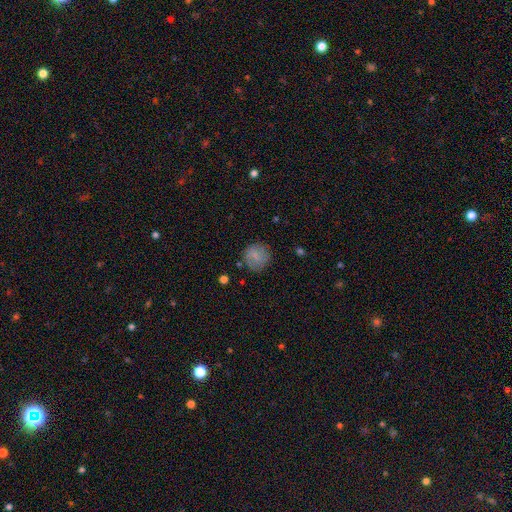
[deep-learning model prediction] Overall: smooth (77%). How rounded: round (89%). Merging: none (80%).